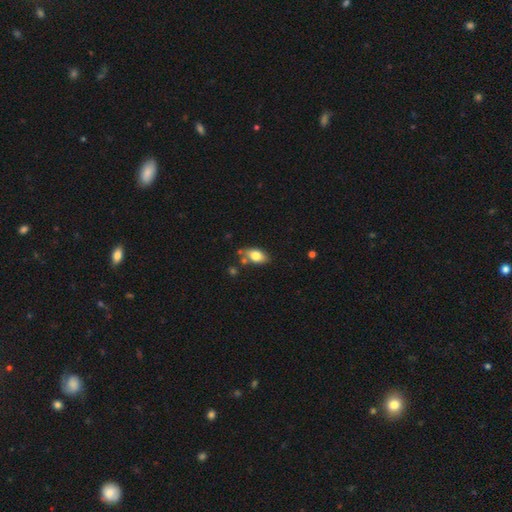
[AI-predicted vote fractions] smooth_or_featured: smooth (p=0.77) [alt: featured or disk p=0.15]
how_rounded: in between (p=0.88) [alt: round p=0.08]
merging: none (p=0.65) [alt: minor disturbance p=0.20]